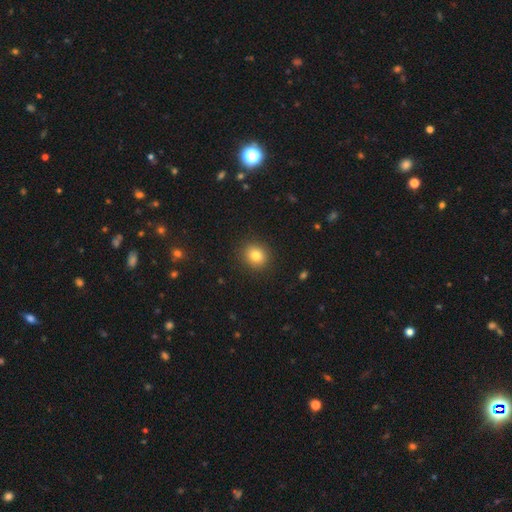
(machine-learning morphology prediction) Q: Smooth or featured?
A: smooth (81%); runner-up: star or artifact (11%)
Q: How rounded?
A: round (77%); runner-up: in between (23%)
Q: Merging?
A: none (90%); runner-up: minor disturbance (6%)